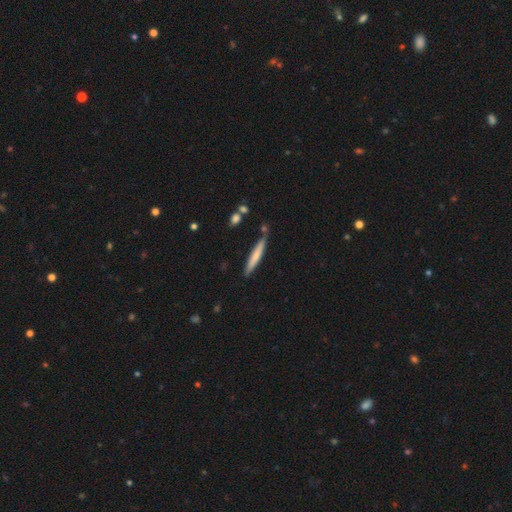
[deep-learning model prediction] smooth-or-featured: smooth: 67% | featured or disk: 28% | star or artifact: 5%
  how-rounded: cigar-shaped: 94% | in between: 5% | round: 1%
  merging: none: 81% | minor disturbance: 13% | merger: 4% | major disturbance: 2%